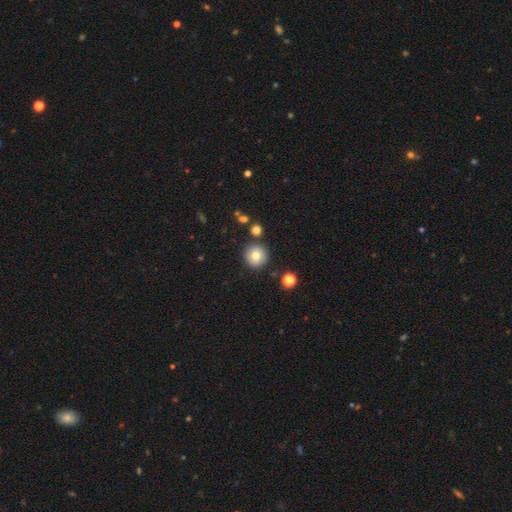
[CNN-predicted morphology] smooth 77%, featured or disk 12%, star or artifact 11%. Down the decision tree: how rounded — round (95%); merging — none (87%).